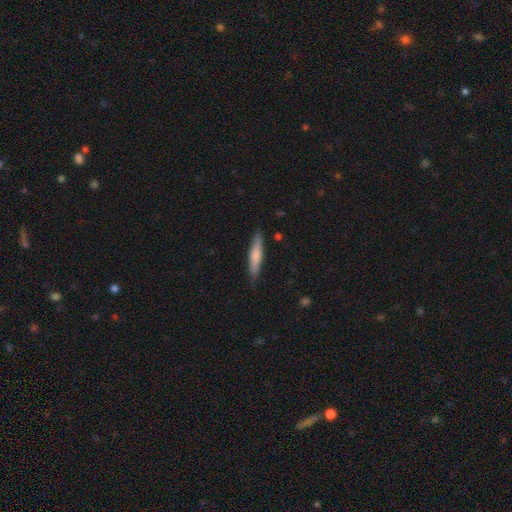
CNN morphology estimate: Q: Smooth or featured?
A: smooth (70%); runner-up: featured or disk (24%)
Q: How rounded?
A: cigar-shaped (85%); runner-up: in between (14%)
Q: Merging?
A: none (84%); runner-up: minor disturbance (12%)